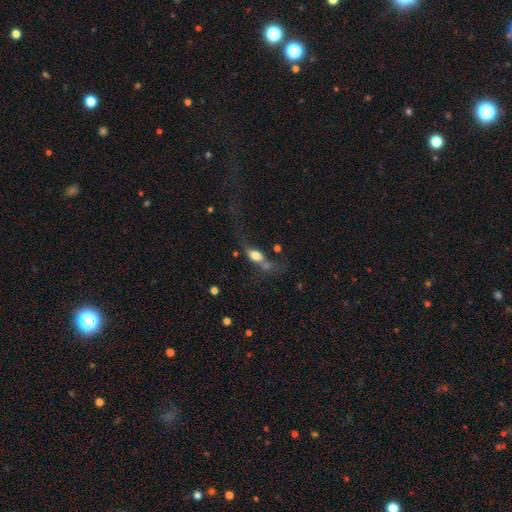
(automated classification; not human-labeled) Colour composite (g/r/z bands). It shows a smooth galaxy with no disk features (63%) that is in between round and cigar-shaped (70%). Merging: none (30%).